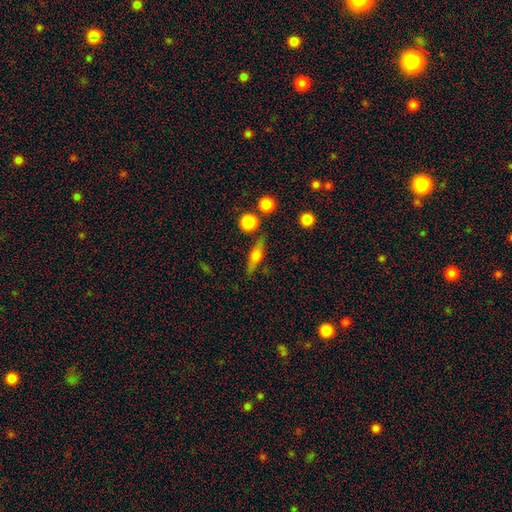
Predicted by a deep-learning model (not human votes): Overall: featured or disk (50%; smooth 42%). Merging: none (81%).